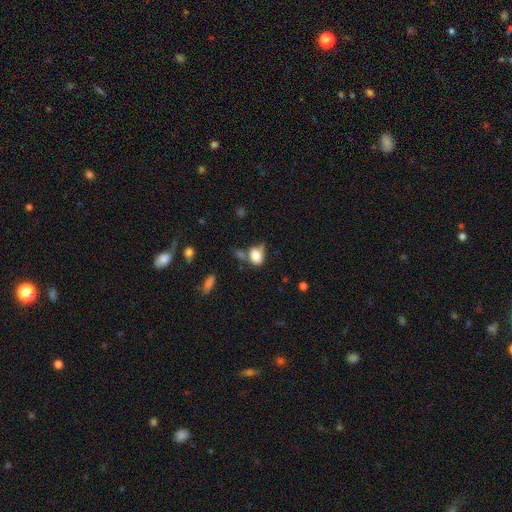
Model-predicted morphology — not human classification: This is likely a smooth galaxy (77%). How rounded: likely in between (72%). Merging: marginally none (33%).